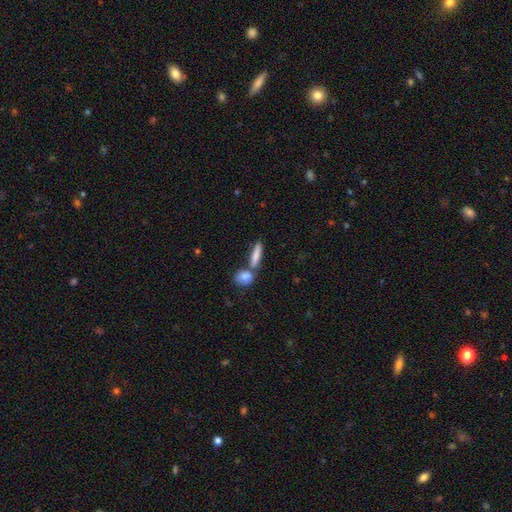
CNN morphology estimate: A smooth galaxy with no disk features (72%) that is cigar-shaped (65%).

Vote fractions:
- Smooth or featured? smooth: 72% / featured or disk: 18% / star or artifact: 10%
- How rounded? cigar-shaped: 65% / in between: 30% / round: 5%
- Merging? none: 53% / merger: 35% / minor disturbance: 9% / major disturbance: 3%